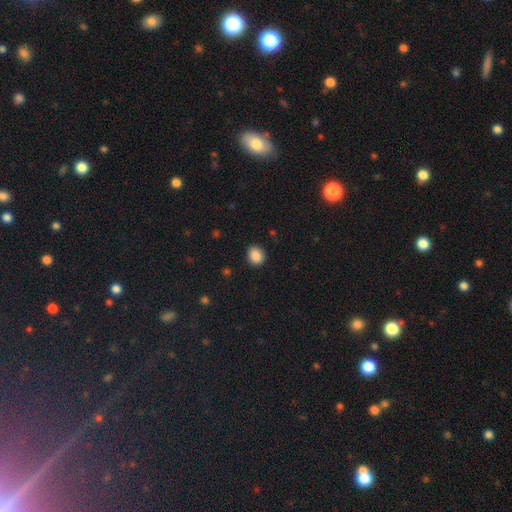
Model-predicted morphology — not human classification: A smooth galaxy with no disk features (88%) that is round (67%). Merging: none (89%).